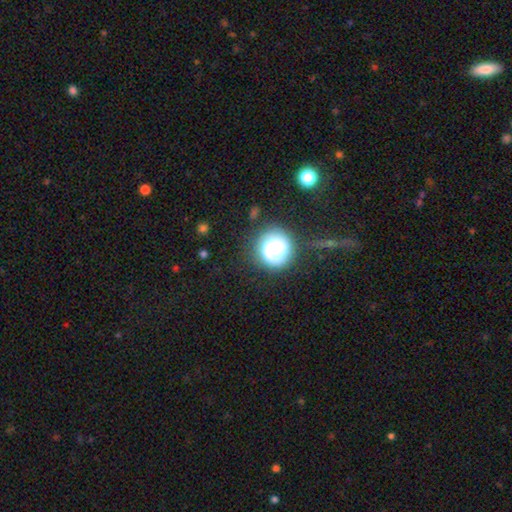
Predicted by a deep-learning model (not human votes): Overall: star or artifact (55%; smooth 37%).